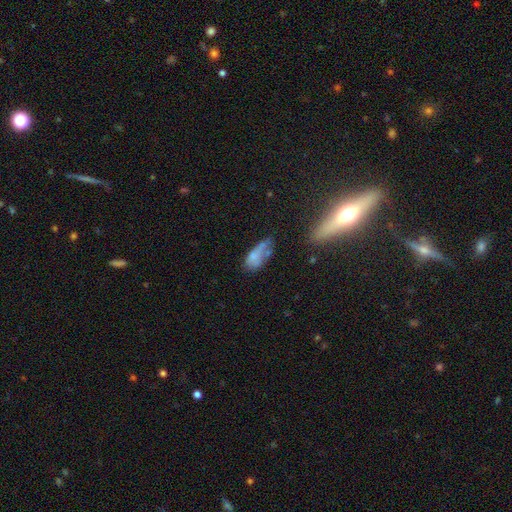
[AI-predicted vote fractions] Q: Smooth or featured?
A: smooth (63%); runner-up: featured or disk (24%)
Q: How rounded?
A: in between (81%); runner-up: cigar-shaped (14%)
Q: Merging?
A: major disturbance (28%); tied with: none (28%); minor disturbance (28%)